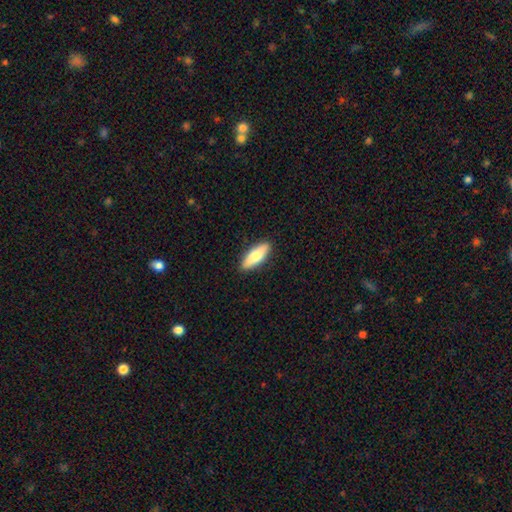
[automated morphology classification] Overall: smooth (72%). How rounded: in between (57%; cigar-shaped 41%). Merging: none (90%).